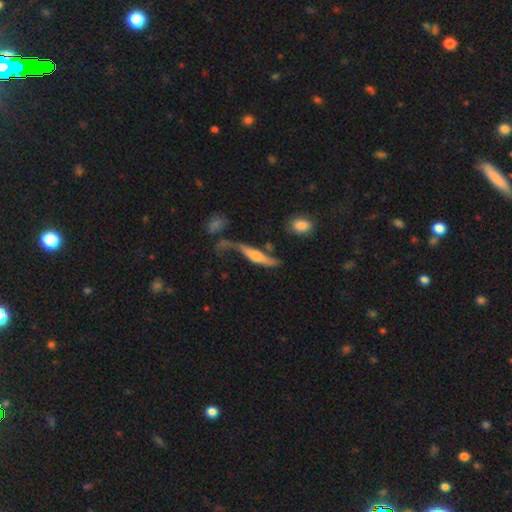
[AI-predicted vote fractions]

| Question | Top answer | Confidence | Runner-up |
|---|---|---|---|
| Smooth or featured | featured or disk | 64% | smooth (30%) |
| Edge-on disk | yes | 80% | no (20%) |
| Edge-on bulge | rounded | 88% | boxy (7%) |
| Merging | none | 43% | minor disturbance (25%) |